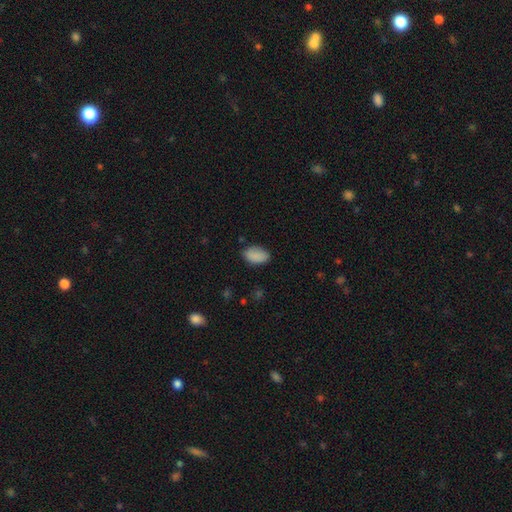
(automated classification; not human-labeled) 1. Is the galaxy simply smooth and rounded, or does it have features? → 88% smooth, 8% star or artifact, 4% featured or disk.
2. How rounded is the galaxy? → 92% in between, 6% round, 2% cigar-shaped.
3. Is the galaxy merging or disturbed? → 80% none, 16% minor disturbance, 3% major disturbance, 1% merger.